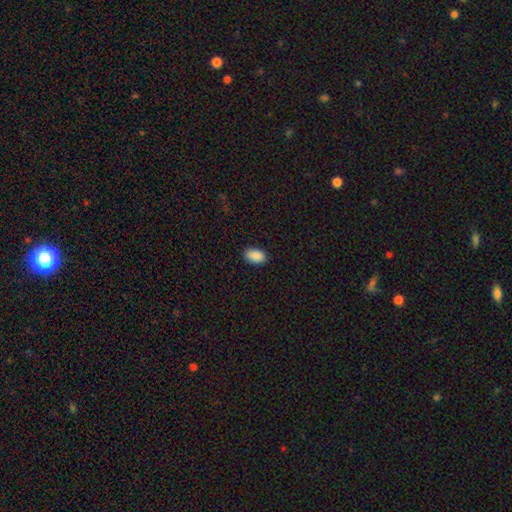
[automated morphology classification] smooth 90%, star or artifact 7%, featured or disk 3%. Down the decision tree: how rounded — in between (92%); merging — none (89%).